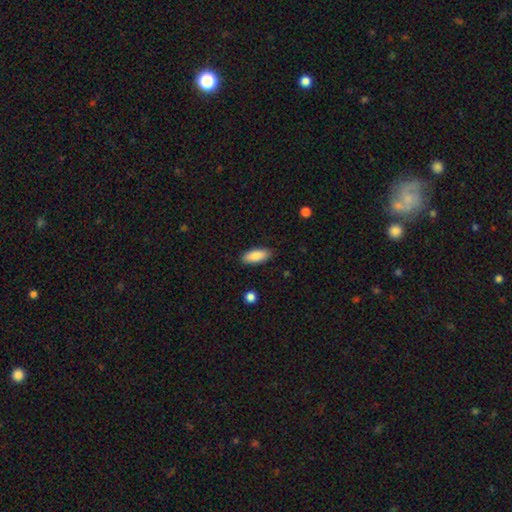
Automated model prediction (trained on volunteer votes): Smooth or featured? smooth (87%)
How rounded? in between (81%)
Merging? none (87%)